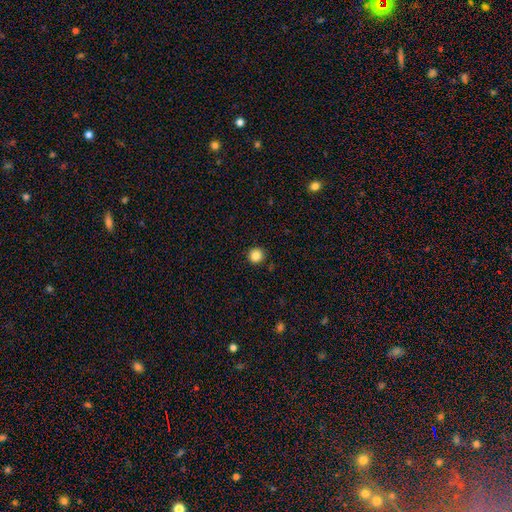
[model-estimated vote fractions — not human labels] smooth-or-featured: smooth: 85% | star or artifact: 11% | featured or disk: 4%
  how-rounded: round: 95% | in between: 4% | cigar-shaped: 1%
  merging: none: 92% | minor disturbance: 5% | major disturbance: 2% | merger: 1%